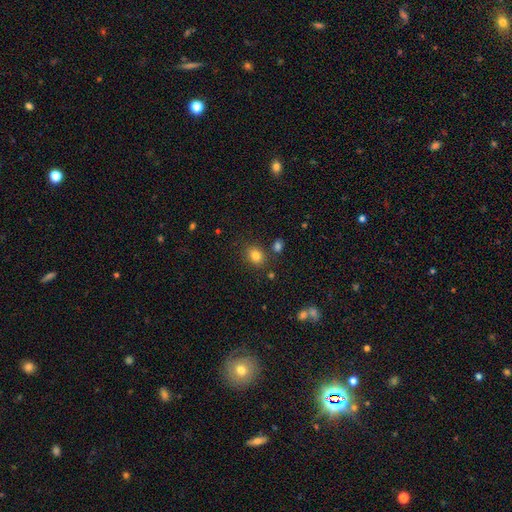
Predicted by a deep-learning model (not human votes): A smooth galaxy with no disk features (80%) that is round (51%).

Vote fractions:
- Smooth or featured? smooth: 80% / star or artifact: 12% / featured or disk: 8%
- How rounded? round: 51% / in between: 48% / cigar-shaped: 1%
- Merging? none: 81% / minor disturbance: 10% / merger: 6% / major disturbance: 3%